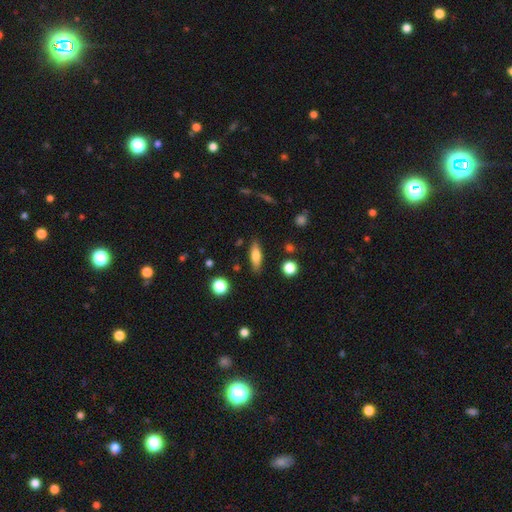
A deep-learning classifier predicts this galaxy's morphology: Smooth or featured? smooth (69%)
How rounded? cigar-shaped (49%)
Merging? none (84%)